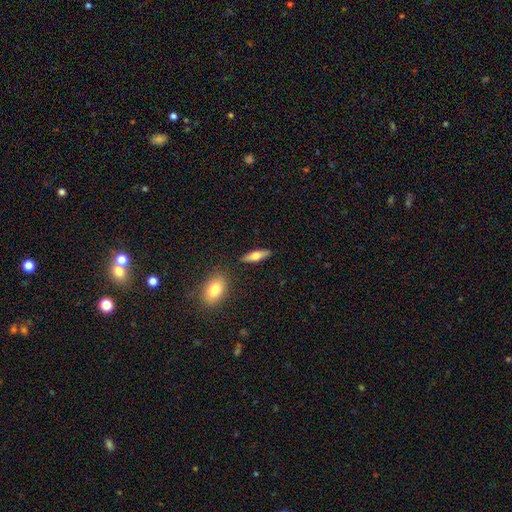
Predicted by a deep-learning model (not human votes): Q: Smooth or featured?
A: smooth (61%); runner-up: featured or disk (33%)
Q: How rounded?
A: cigar-shaped (50%); runner-up: in between (47%)
Q: Merging?
A: none (85%); runner-up: minor disturbance (9%)